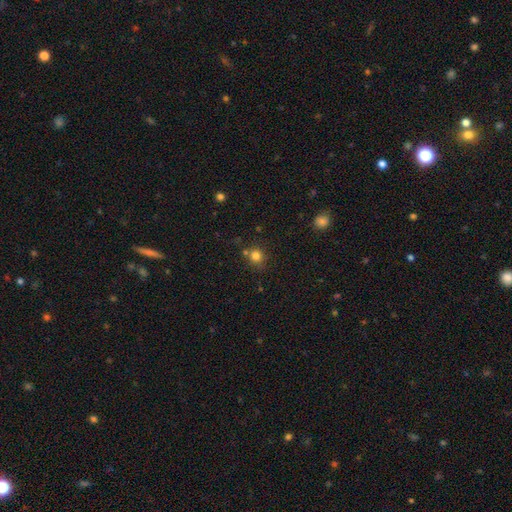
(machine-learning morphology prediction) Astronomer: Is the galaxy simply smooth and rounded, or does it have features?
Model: smooth — 80%.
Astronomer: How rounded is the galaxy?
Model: round — 89%.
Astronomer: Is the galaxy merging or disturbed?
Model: none — 71%.